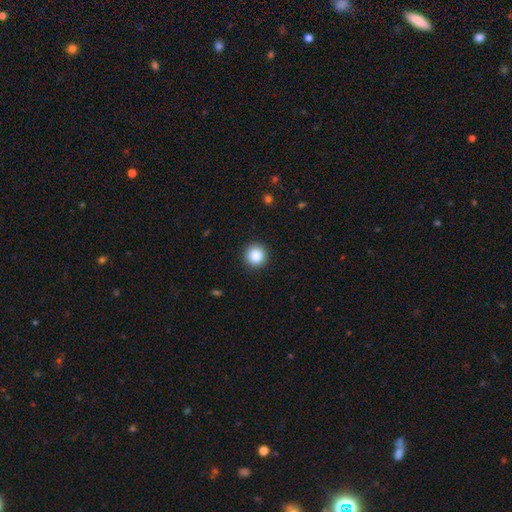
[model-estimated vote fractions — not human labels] smooth_or_featured: smooth (p=0.86) [alt: star or artifact p=0.09]
how_rounded: round (p=0.95) [alt: in between p=0.04]
merging: none (p=0.92) [alt: minor disturbance p=0.05]